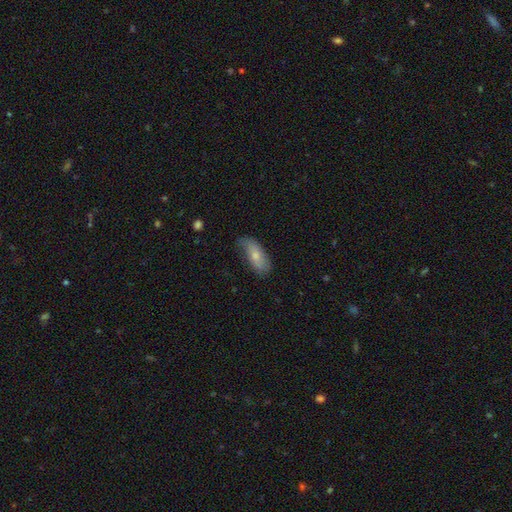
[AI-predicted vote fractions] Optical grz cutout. It shows a smooth galaxy with no disk features (64%) that is in between round and cigar-shaped (84%). Merging: none (56%).